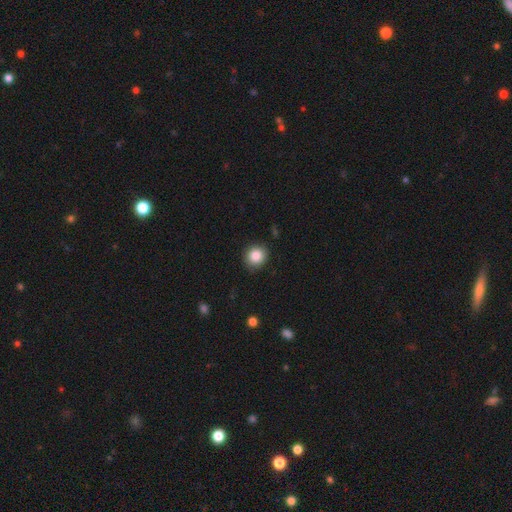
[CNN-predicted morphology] type=smooth (85%); roundness=round (86%); merging=none (88%).